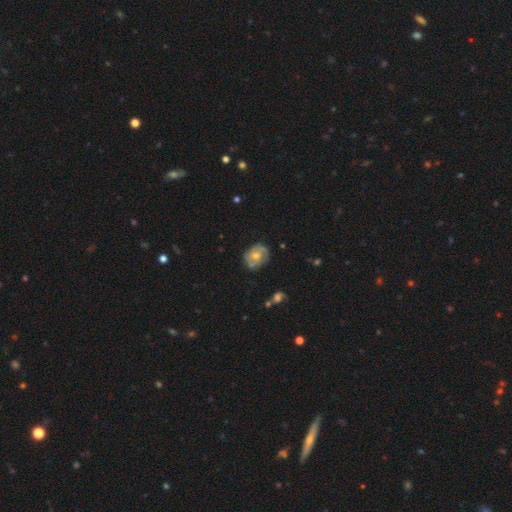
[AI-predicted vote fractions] The model was most divided on "smooth or featured": featured or disk: 61%, smooth: 32%, star or artifact: 7%. More confident: edge-on disk — no (97%); spiral arms — yes (77%); bar — no (74%); merging — none (69%); bulge size — moderate (64%).